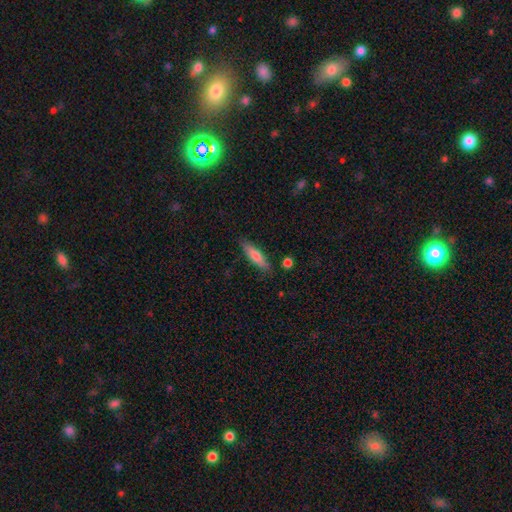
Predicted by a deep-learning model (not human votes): Overall: smooth (67%; featured or disk 27%). How rounded: cigar-shaped (69%; in between 29%). Merging: none (83%).